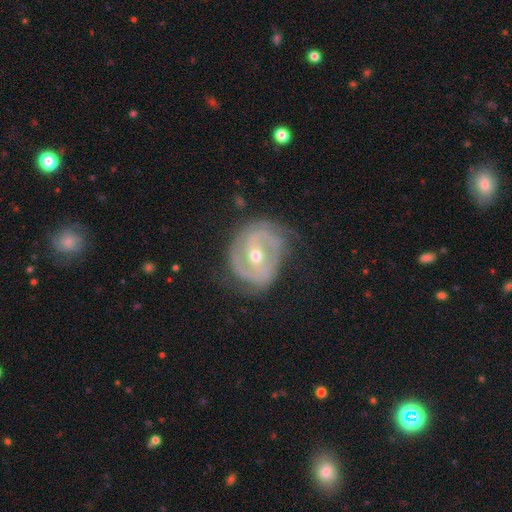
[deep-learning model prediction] A featured or disk galaxy (86%) with a weak bar (41%), 2 (63%) tight (55%) spiral arms (92%) and a moderate central bulge (55%). Merging: none (66%).